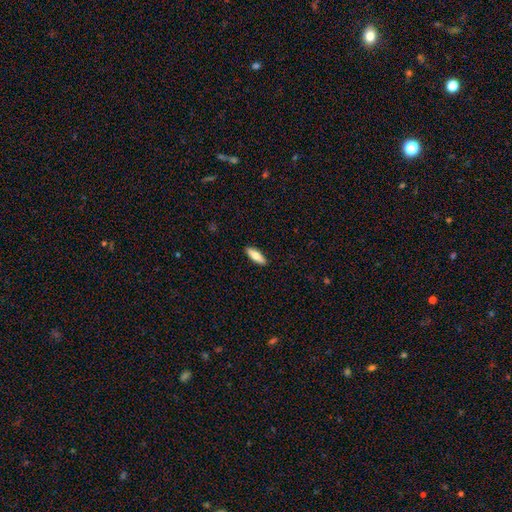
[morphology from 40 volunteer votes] Volunteers were most divided on "how rounded": in between: 68%, cigar-shaped: 32%, round: 0%. More confident: merging — none (100%); smooth or featured — smooth (70%).